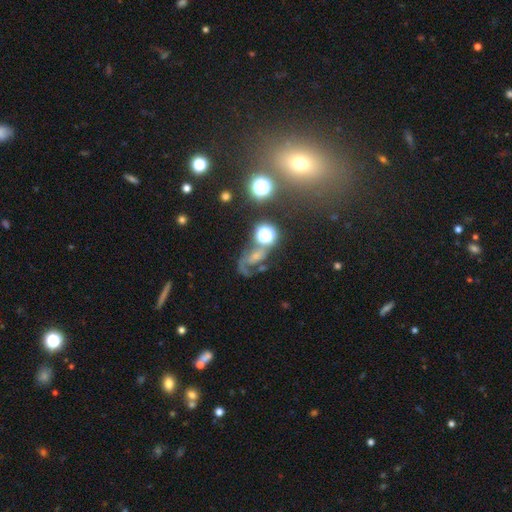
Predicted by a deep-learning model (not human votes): Smooth or featured: featured or disk — 50% (star or artifact — 27%)
Merging: none — 37% (major disturbance — 30%)